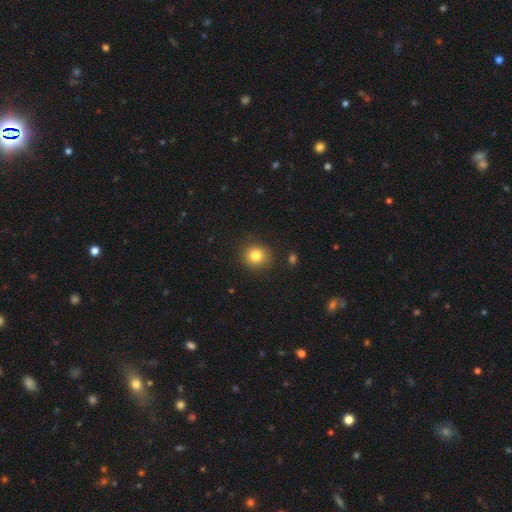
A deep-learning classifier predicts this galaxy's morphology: type=smooth (82%); roundness=round (85%); merging=none (89%).